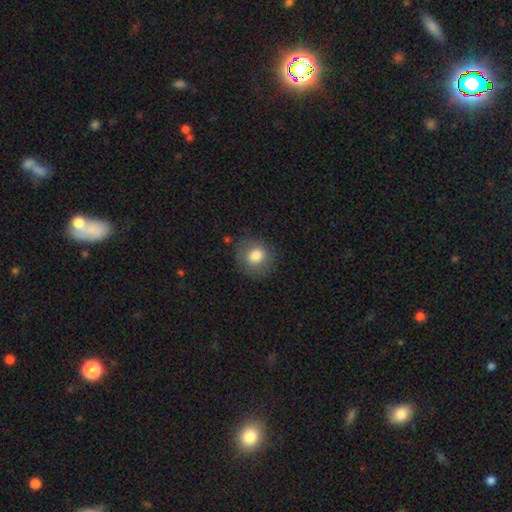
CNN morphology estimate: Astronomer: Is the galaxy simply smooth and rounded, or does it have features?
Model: smooth — 80%.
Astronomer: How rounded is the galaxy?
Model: round — 84%.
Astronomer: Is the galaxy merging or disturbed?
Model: none — 81%.